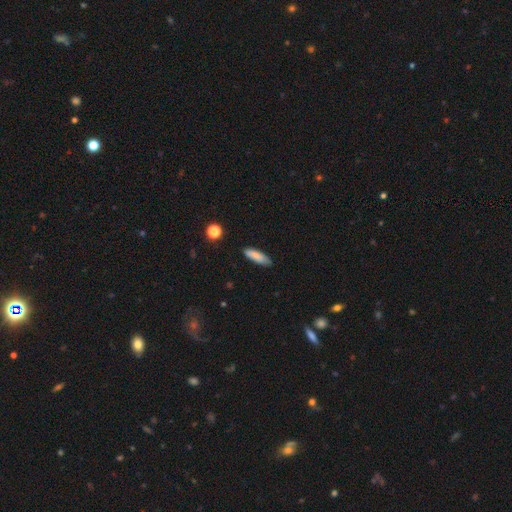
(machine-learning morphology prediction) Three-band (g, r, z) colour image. It shows a smooth galaxy with no disk features (82%) that is cigar-shaped (57%). Merging: none (81%).